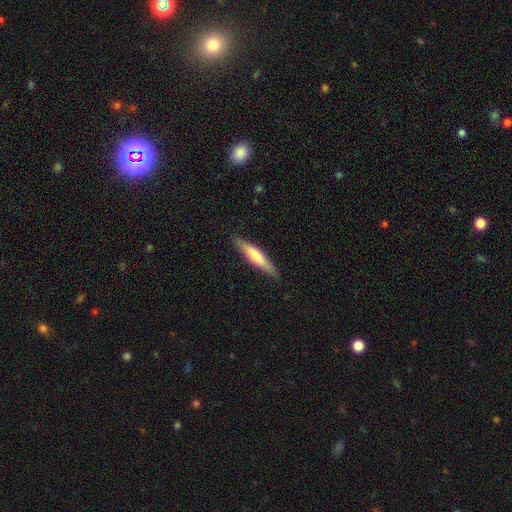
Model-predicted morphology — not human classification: The model was most divided on "smooth or featured": smooth: 65%, featured or disk: 30%, star or artifact: 5%. More confident: merging — none (86%); how rounded — cigar-shaped (86%).